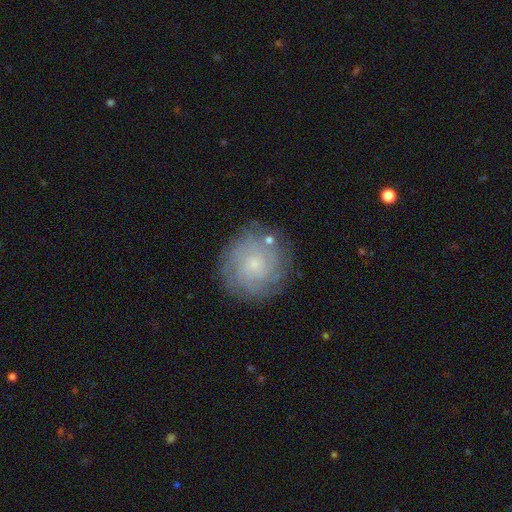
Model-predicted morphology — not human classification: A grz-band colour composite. It shows a featured or disk galaxy (59%) with no bar (81%), spiral arms (86%) and a small central bulge (67%). Merging: none (83%).